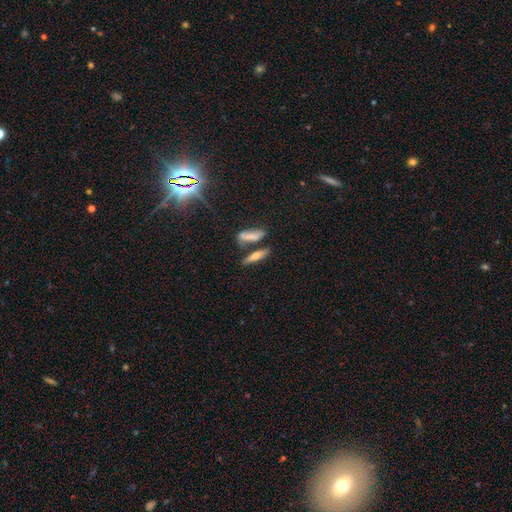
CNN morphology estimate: Smooth or featured? smooth (60%)
How rounded? cigar-shaped (73%)
Merging? none (64%)